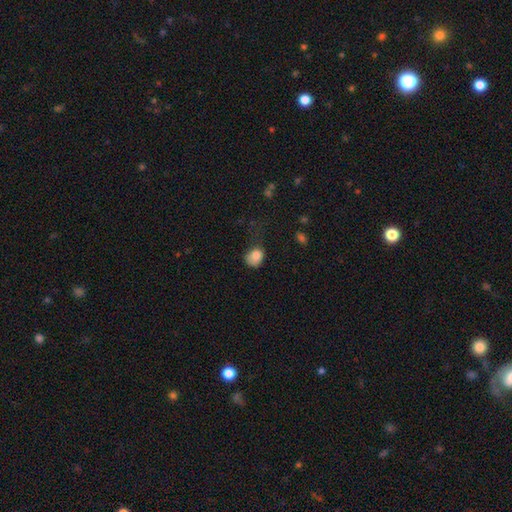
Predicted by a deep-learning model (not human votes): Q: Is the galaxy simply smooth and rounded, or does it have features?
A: smooth — 83%.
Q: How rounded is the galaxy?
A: in between — 54%.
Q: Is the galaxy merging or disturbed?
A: none — 38%.